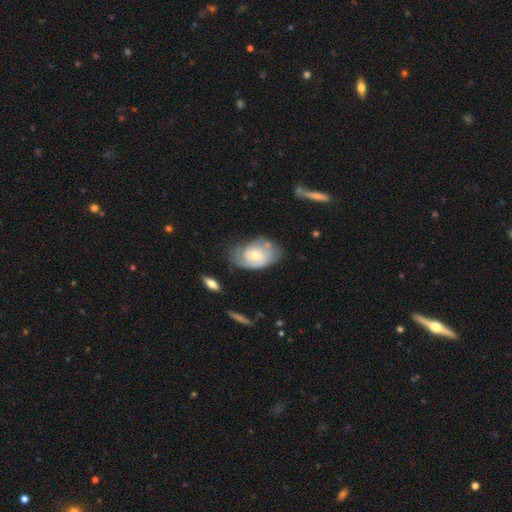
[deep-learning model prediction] Overall: featured or disk (55%; smooth 39%). Edge-on disk: no (94%). Bar: no (80%). Spiral arms: yes (69%; no 31%). Bulge size: small (50%; moderate 46%). Merging: none (53%; minor disturbance 29%).